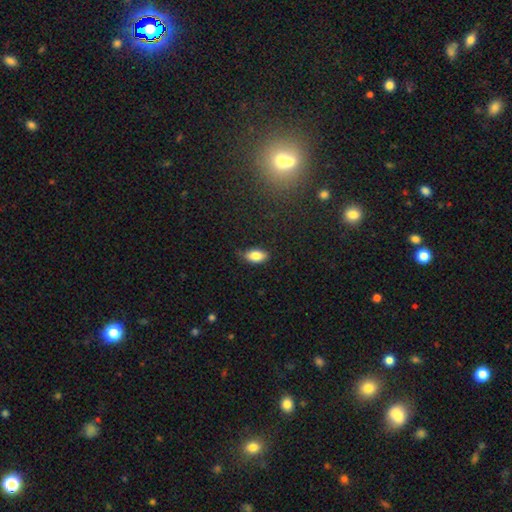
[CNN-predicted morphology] Smooth or featured? Predicted: smooth (p=0.84). How rounded? Predicted: in between (p=0.92). Merging? Predicted: none (p=0.80).